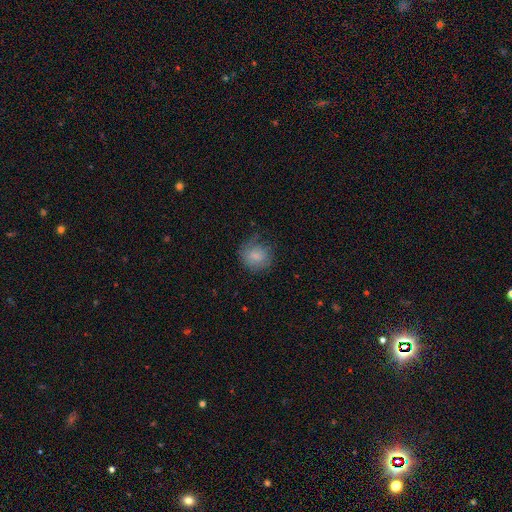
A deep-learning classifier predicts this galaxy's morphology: The model was most divided on "merging": none: 60%, minor disturbance: 26%, major disturbance: 13%, merger: 2%. More confident: how rounded — round (79%); smooth or featured — smooth (75%).